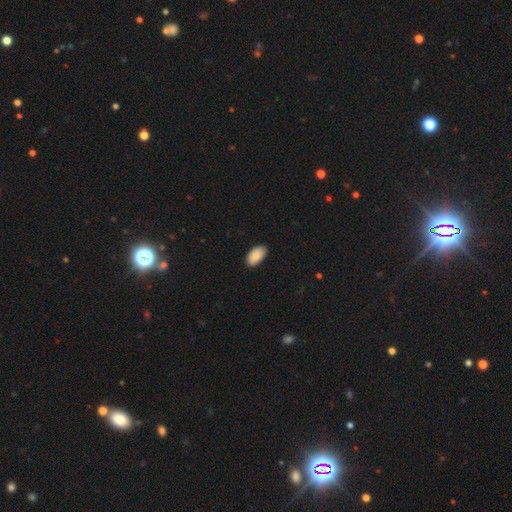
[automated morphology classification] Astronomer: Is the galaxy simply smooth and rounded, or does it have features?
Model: smooth — 89%.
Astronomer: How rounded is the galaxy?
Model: in between — 96%.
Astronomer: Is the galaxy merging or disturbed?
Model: none — 86%.